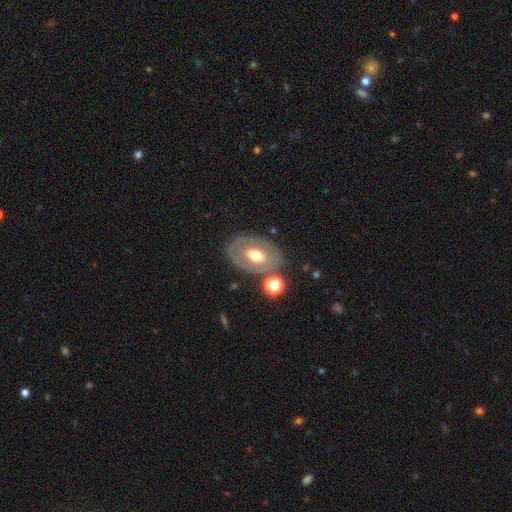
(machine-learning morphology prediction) This is possibly a featured or disk galaxy (52%). It is clearly not viewed edge-on (91%). Merging: likely none (74%).